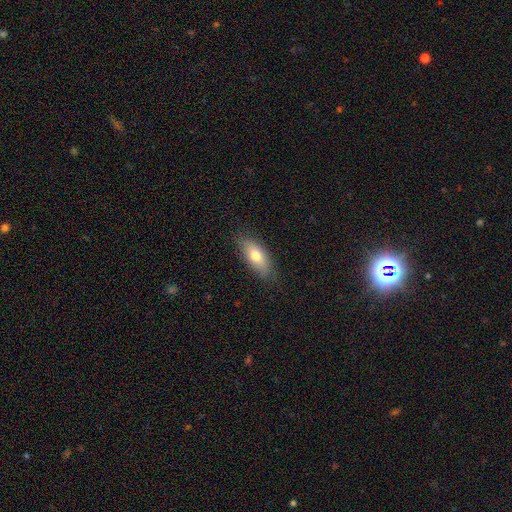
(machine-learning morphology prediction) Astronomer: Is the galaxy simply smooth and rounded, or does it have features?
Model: smooth — 73%.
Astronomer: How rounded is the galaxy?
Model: in between — 79%.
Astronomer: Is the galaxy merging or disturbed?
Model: none — 84%.